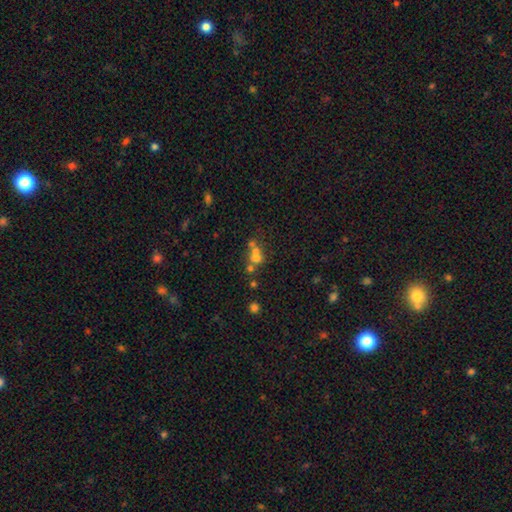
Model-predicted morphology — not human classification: Smooth or featured? smooth (56%)
How rounded? round (80%)
Merging? merger (53%)